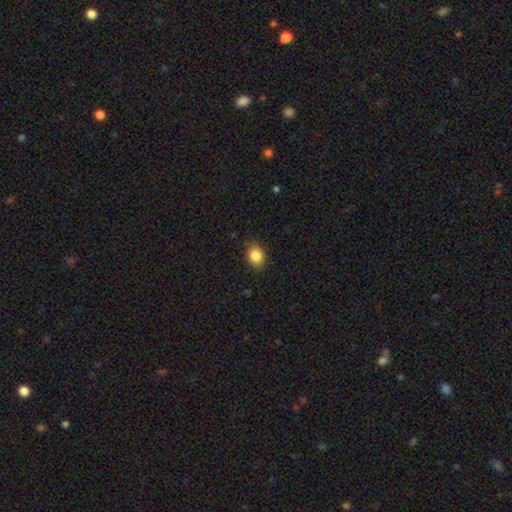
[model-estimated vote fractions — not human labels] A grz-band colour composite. It shows a smooth galaxy with no disk features (85%) that is in between round and cigar-shaped (51%). Merging: none (84%).